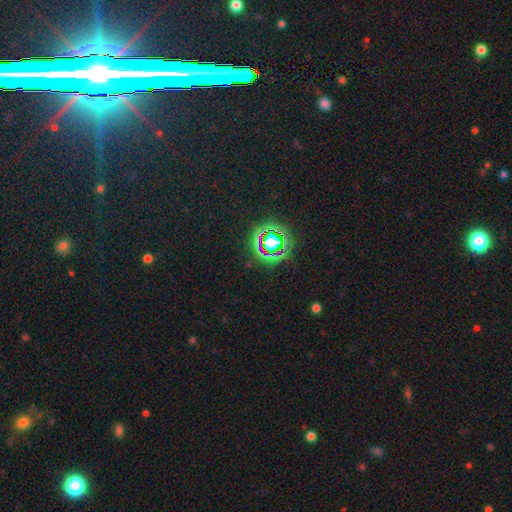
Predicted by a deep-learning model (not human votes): Q: Smooth or featured?
A: star or artifact (78%); runner-up: smooth (11%)